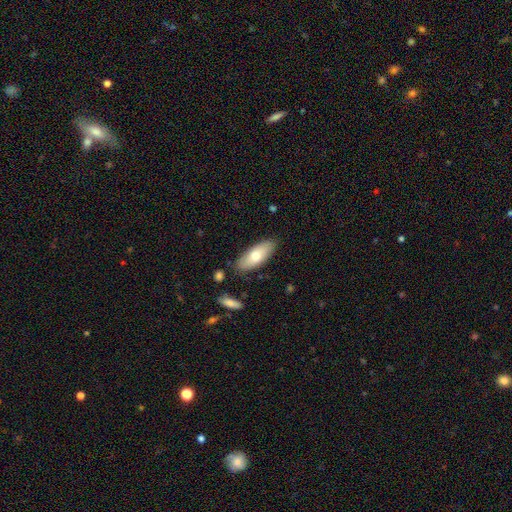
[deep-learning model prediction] This appears to be a smooth galaxy with no disk features (72%) that is in between round and cigar-shaped (79%). Merging: none (83%).